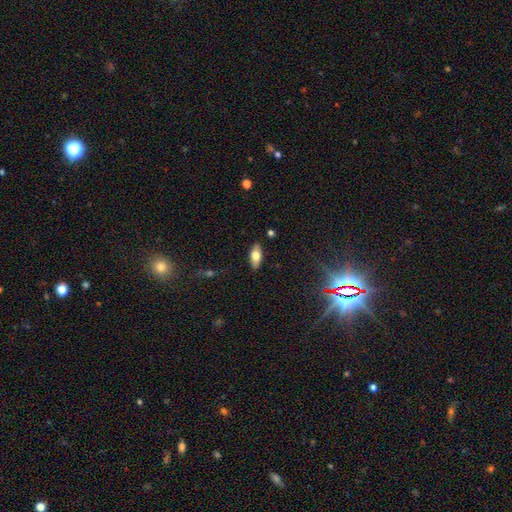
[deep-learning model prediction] A smooth galaxy with no disk features (68%) that is in between round and cigar-shaped (85%). Merging: none (88%).